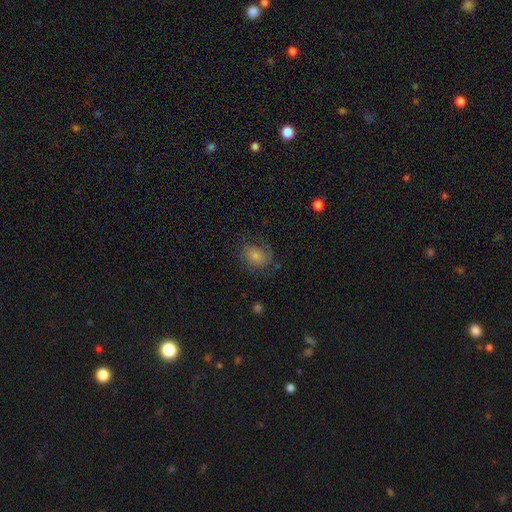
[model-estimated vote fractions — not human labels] Q: Smooth or featured?
A: smooth (52%); runner-up: featured or disk (32%)
Q: How rounded?
A: in between (51%); runner-up: round (48%)
Q: Merging?
A: none (68%); runner-up: minor disturbance (19%)